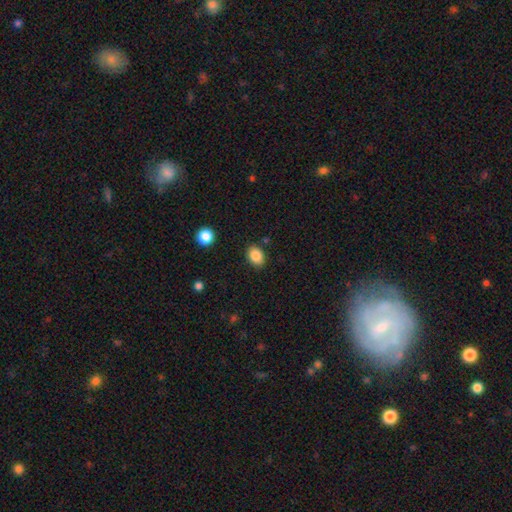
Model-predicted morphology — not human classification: Smooth or featured? smooth (87%)
How rounded? in between (69%)
Merging? none (84%)